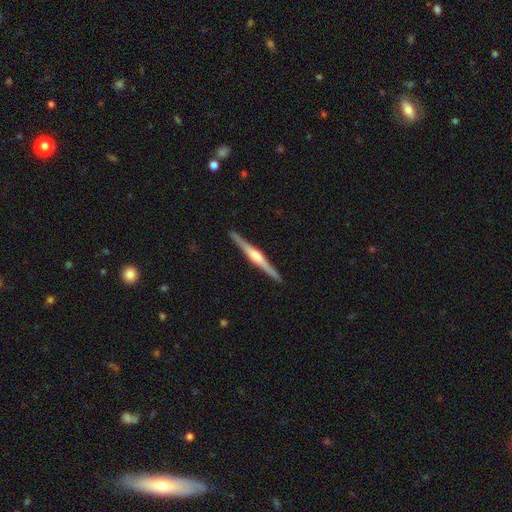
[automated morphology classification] This appears to be a featured or disk galaxy (81%) viewed edge-on (99%) with a rounded central bulge (80%). Merging: none (92%).